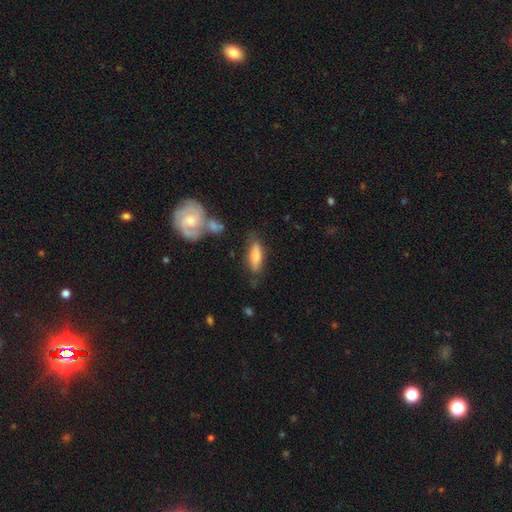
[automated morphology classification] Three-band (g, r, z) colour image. It shows a smooth galaxy with no disk features (76%) that is in between round and cigar-shaped (60%). Merging: none (64%).